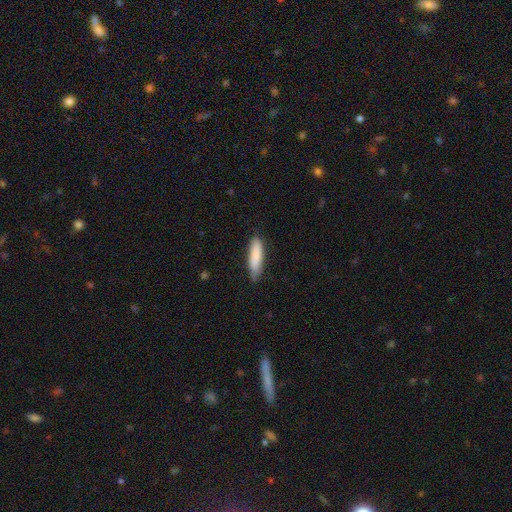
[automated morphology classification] Smooth or featured? Predicted: smooth (p=0.85). How rounded? Predicted: cigar-shaped (p=0.66). Merging? Predicted: none (p=0.76).